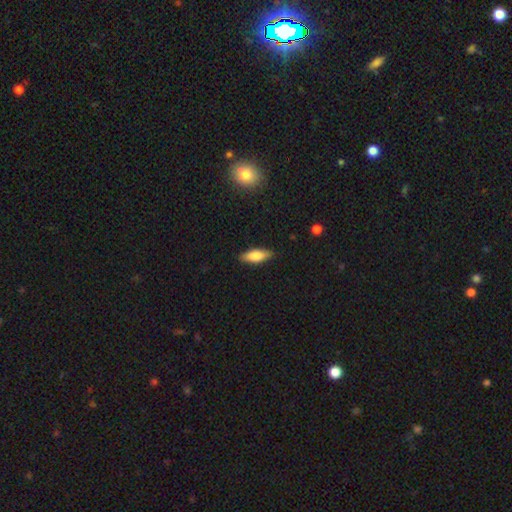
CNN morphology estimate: A smooth galaxy with no disk features (77%) that is in between round and cigar-shaped (69%). Merging: none (88%).